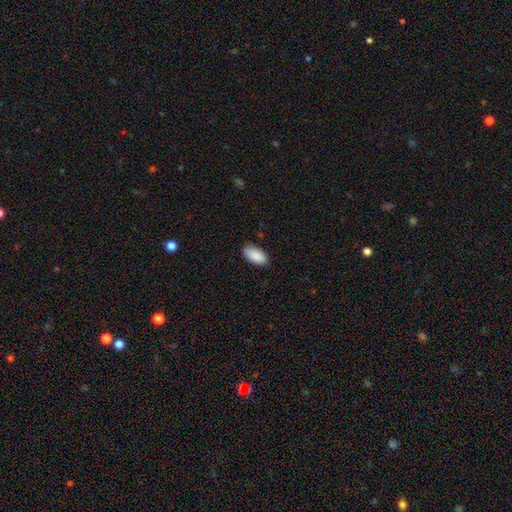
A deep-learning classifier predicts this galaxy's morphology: Smooth or featured? Predicted: smooth (p=0.91). How rounded? Predicted: in between (p=0.94). Merging? Predicted: none (p=0.85).